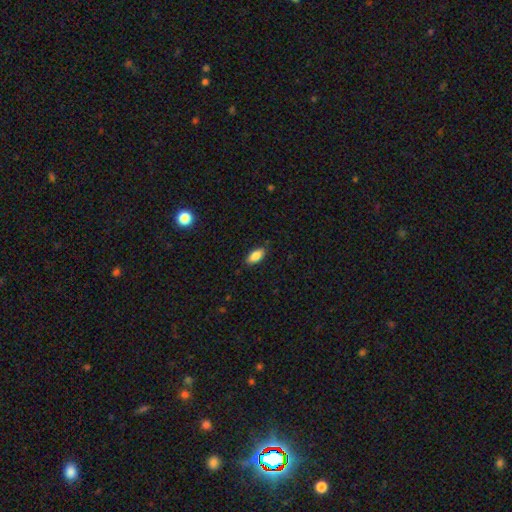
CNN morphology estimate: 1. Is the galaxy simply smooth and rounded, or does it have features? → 84% smooth, 8% featured or disk, 7% star or artifact.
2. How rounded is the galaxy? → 88% in between, 9% cigar-shaped, 2% round.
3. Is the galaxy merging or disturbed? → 85% none, 12% minor disturbance, 2% major disturbance, 1% merger.